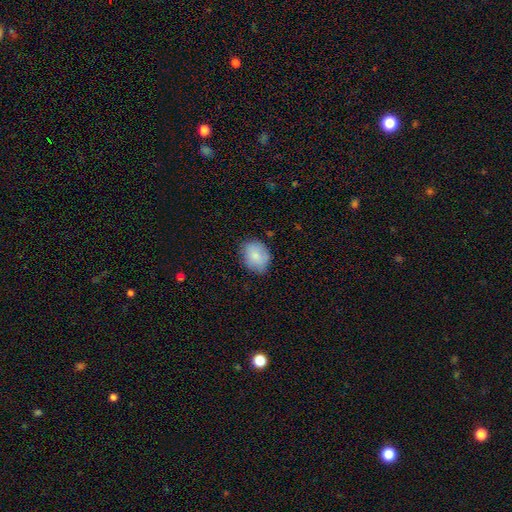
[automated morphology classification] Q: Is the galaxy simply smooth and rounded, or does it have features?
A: smooth — 82%.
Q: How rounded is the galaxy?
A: in between — 58%.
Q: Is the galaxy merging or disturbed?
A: none — 76%.